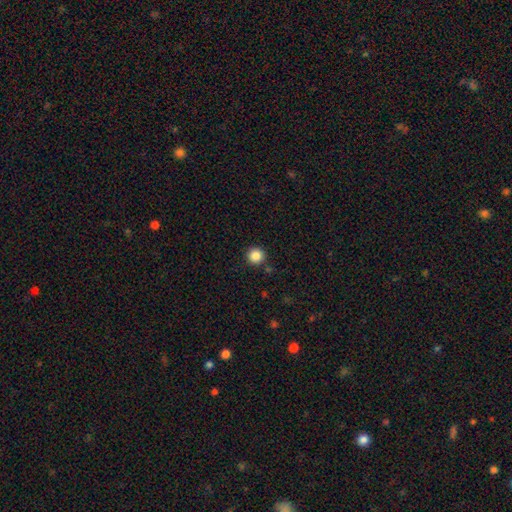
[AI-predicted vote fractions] This appears to be a smooth galaxy with no disk features (86%) that is round (95%). Merging: none (90%).